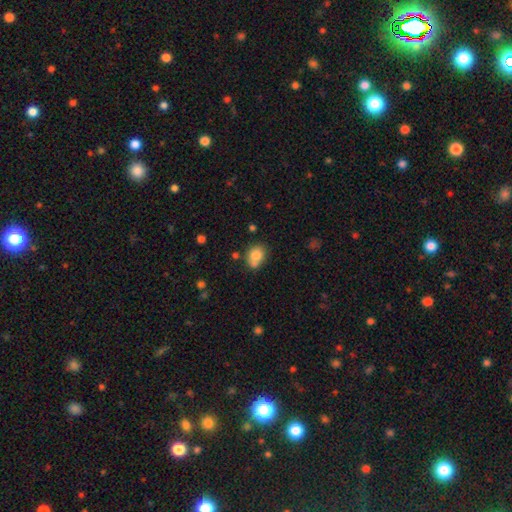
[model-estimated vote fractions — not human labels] A smooth galaxy with no disk features (79%) that is round (56%).

Vote fractions:
- Smooth or featured? smooth: 79% / featured or disk: 11% / star or artifact: 10%
- How rounded? round: 56% / in between: 43% / cigar-shaped: 1%
- Merging? none: 52% / merger: 24% / minor disturbance: 18% / major disturbance: 5%